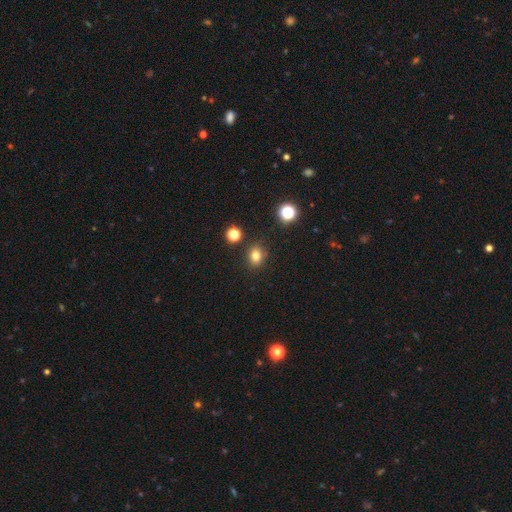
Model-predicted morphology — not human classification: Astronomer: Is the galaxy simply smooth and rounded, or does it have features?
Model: smooth — 79%.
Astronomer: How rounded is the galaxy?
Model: round — 55% (runner-up: in between, 44%).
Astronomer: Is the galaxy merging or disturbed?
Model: none — 85%.